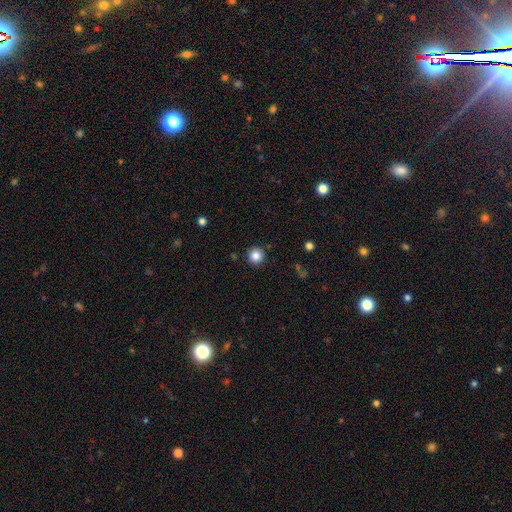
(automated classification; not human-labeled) Smooth or featured?
  - smooth: 85% *
  - star or artifact: 10%
  - featured or disk: 5%
How rounded?
  - round: 96% *
  - in between: 4%
  - cigar-shaped: 1%
Merging?
  - none: 91% *
  - minor disturbance: 5%
  - major disturbance: 2%
  - merger: 2%